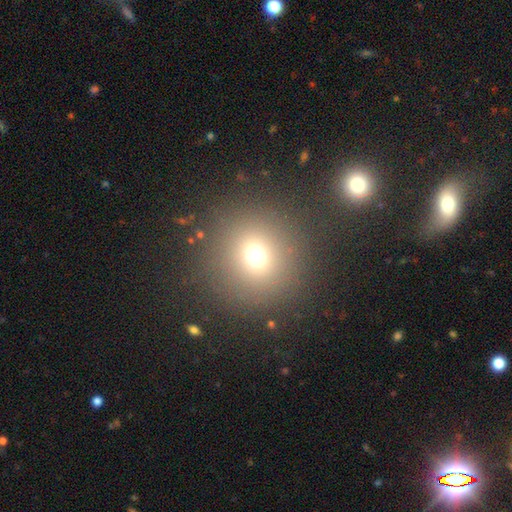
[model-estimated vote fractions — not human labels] The model was most divided on "smooth or featured": smooth: 68%, star or artifact: 23%, featured or disk: 9%. More confident: how rounded — round (91%); merging — none (85%).